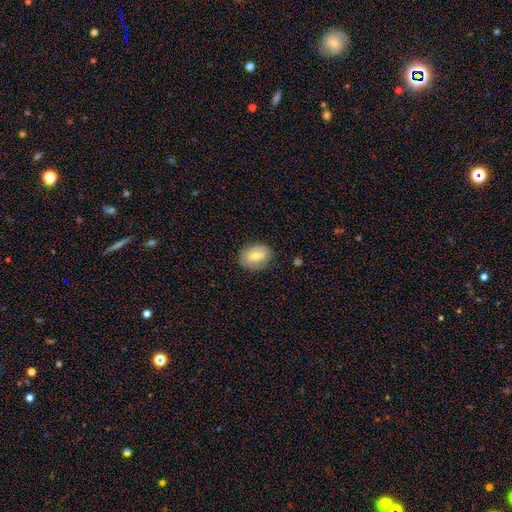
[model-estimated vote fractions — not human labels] Smooth or featured: smooth — 55% (featured or disk — 36%)
How rounded: in between — 69% (round — 30%)
Merging: none — 80% (minor disturbance — 15%)